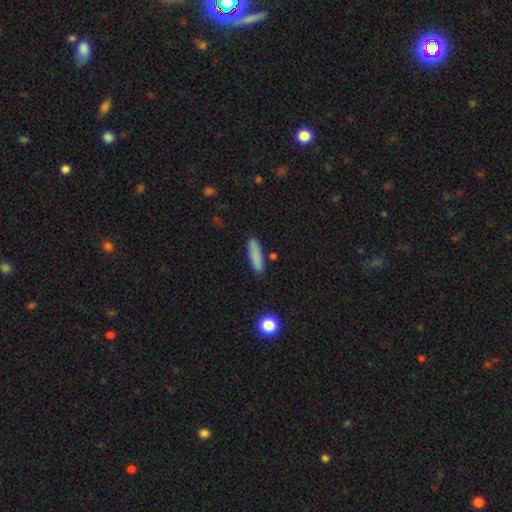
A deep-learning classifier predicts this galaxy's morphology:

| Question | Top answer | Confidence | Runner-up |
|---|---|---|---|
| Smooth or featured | smooth | 84% | featured or disk (8%) |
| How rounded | cigar-shaped | 76% | in between (22%) |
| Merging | none | 82% | minor disturbance (12%) |